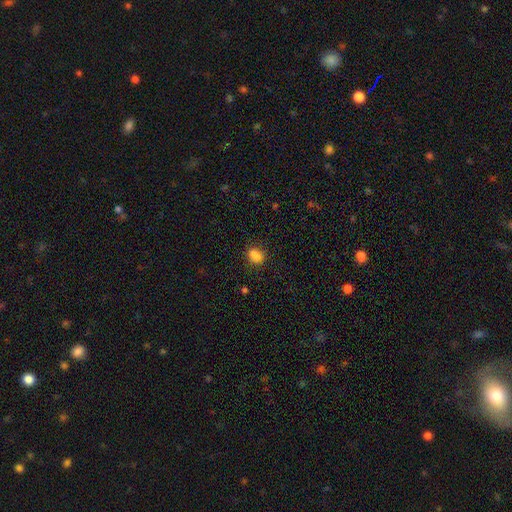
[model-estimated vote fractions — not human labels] This is likely a smooth galaxy (78%). How rounded: possibly round (53%). Merging: possibly none (56%).